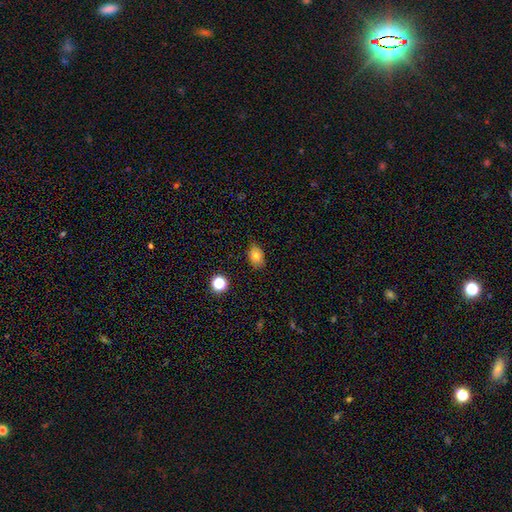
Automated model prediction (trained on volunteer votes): Q: Smooth or featured?
A: smooth (79%); runner-up: star or artifact (11%)
Q: How rounded?
A: in between (77%); runner-up: round (22%)
Q: Merging?
A: none (80%); runner-up: minor disturbance (16%)